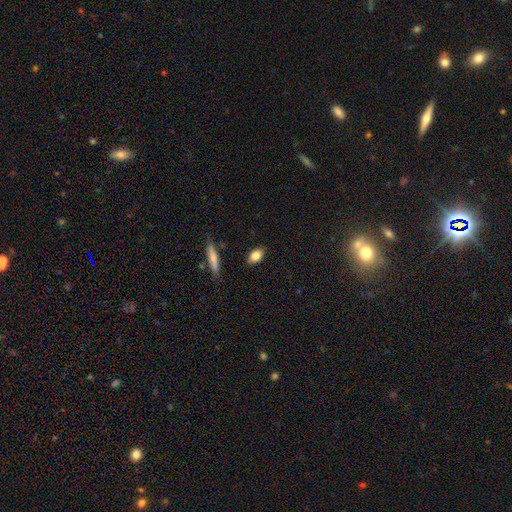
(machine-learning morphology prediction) A smooth galaxy with no disk features (83%) that is in between round and cigar-shaped (83%). Merging: none (87%).